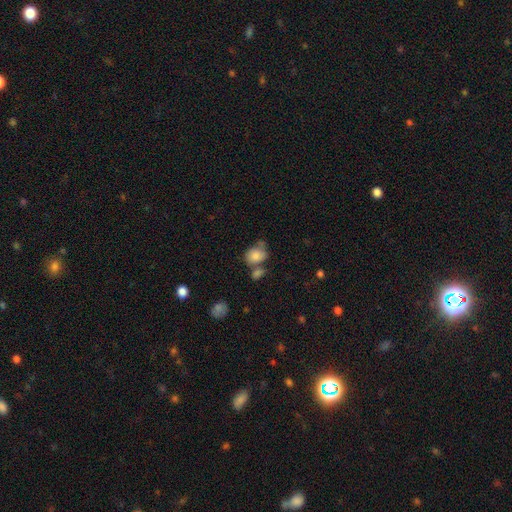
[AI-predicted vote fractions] smooth_or_featured: smooth (p=0.81) [alt: featured or disk p=0.11]
how_rounded: in between (p=0.57) [alt: round p=0.41]
merging: none (p=0.41) [alt: merger p=0.31]